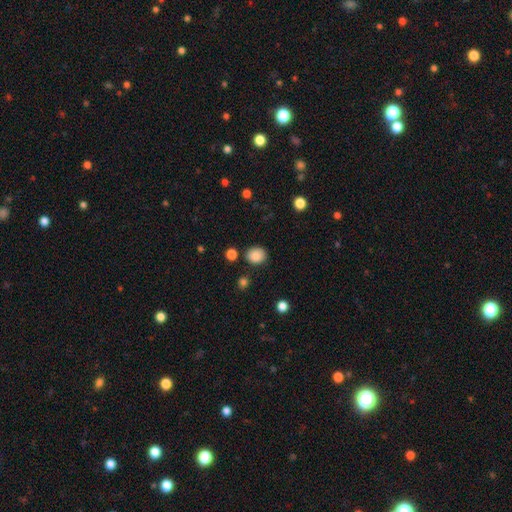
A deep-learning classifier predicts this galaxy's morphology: The model was most divided on "how rounded": round: 68%, in between: 31%, cigar-shaped: 1%. More confident: smooth or featured — smooth (86%); merging — none (85%).